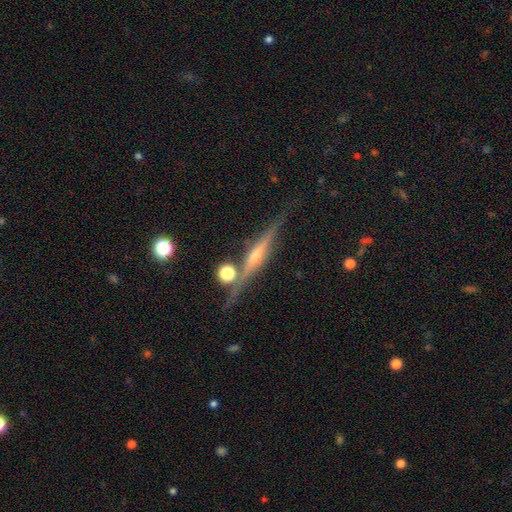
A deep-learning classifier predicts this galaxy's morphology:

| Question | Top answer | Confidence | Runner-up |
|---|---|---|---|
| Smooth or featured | featured or disk | 81% | smooth (11%) |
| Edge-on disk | yes | 97% | no (3%) |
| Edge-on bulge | rounded | 79% | none (12%) |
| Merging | none | 82% | minor disturbance (11%) |